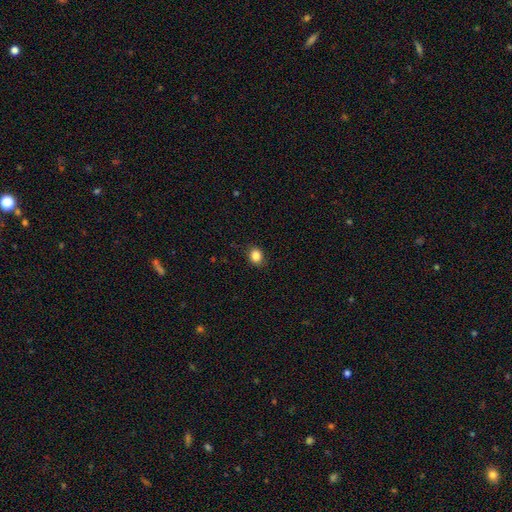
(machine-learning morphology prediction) smooth 86%, star or artifact 10%, featured or disk 4%. Down the decision tree: how rounded — round (62%); merging — none (85%).